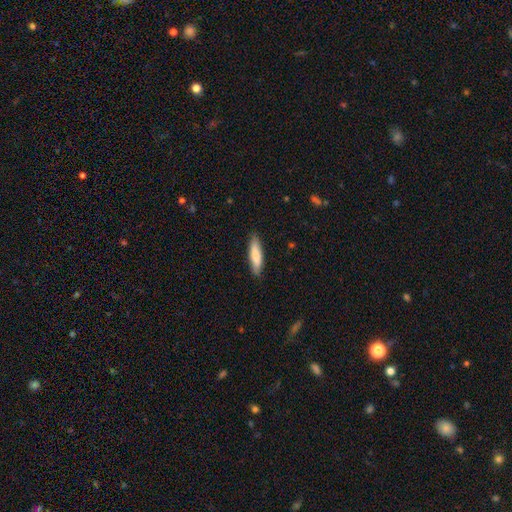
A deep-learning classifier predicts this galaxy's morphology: type=smooth (82%); roundness=cigar-shaped (72%); merging=none (86%).